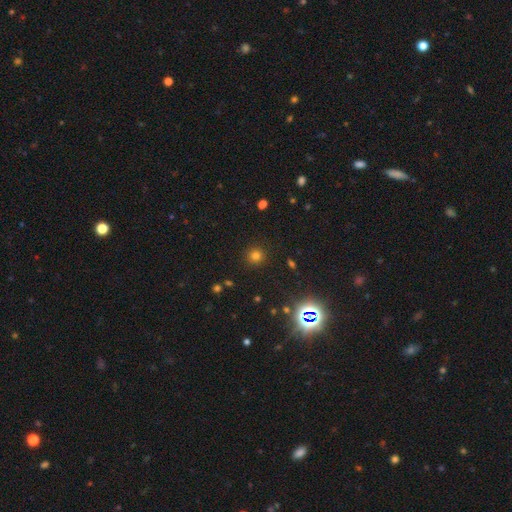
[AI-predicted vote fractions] Overall: smooth (74%). How rounded: round (93%). Merging: none (90%).